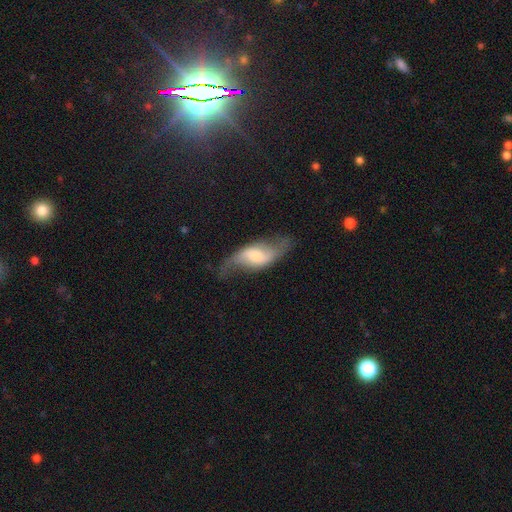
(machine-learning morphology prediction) This is likely a featured or disk galaxy (71%). It is clearly not viewed edge-on (91%). Bar: marginally weak (43%). Spiral arm pattern: clearly yes (91%). Spiral arm count: clearly 2 (91%). Spiral winding: clearly loose (82%). Central bulge: marginally moderate (33%). Merging: likely none (62%).